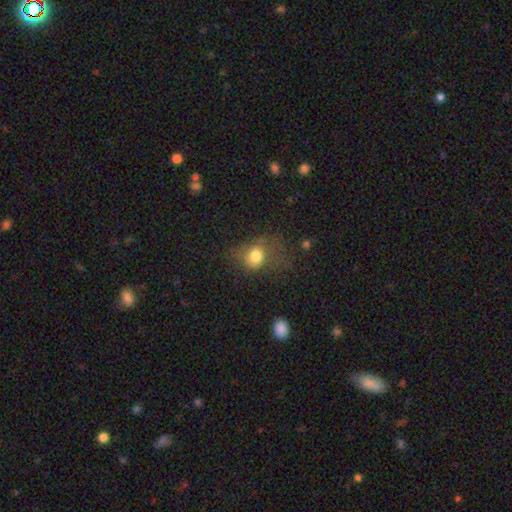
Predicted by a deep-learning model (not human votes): The model was most divided on "merging": none: 39%, major disturbance: 33%, minor disturbance: 25%, merger: 3%. More confident: smooth or featured — smooth (75%); how rounded — round (57%).